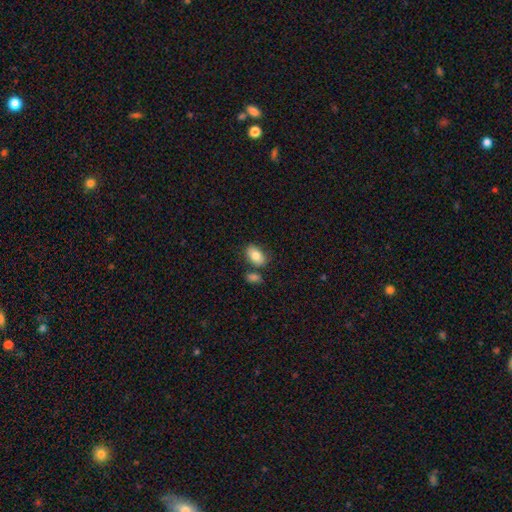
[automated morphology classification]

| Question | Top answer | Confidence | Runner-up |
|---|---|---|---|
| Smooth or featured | smooth | 83% | featured or disk (11%) |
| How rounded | in between | 91% | round (7%) |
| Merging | none | 69% | merger (14%) |